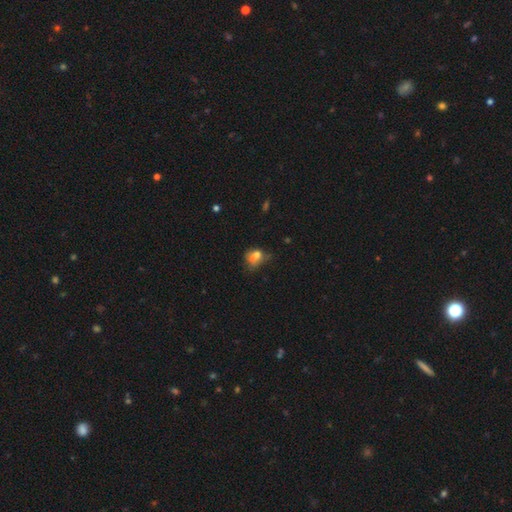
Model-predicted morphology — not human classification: This is likely a smooth galaxy (70%). How rounded: likely in between (60%). Merging: marginally minor disturbance (34%).